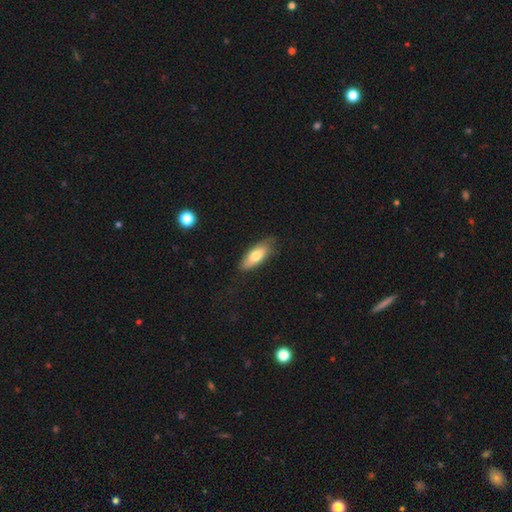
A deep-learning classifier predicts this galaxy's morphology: type=smooth (73%); roundness=in between (72%); merging=none (75%).